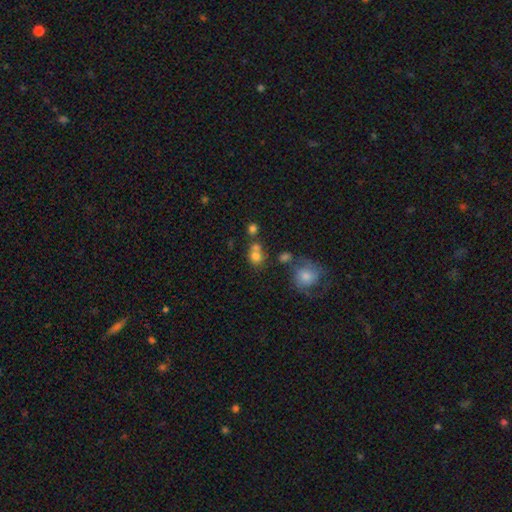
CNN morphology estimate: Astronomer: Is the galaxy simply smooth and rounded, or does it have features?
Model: smooth — 75%.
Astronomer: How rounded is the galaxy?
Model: round — 76%.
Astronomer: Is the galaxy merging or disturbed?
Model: none — 46% (runner-up: merger, 36%).